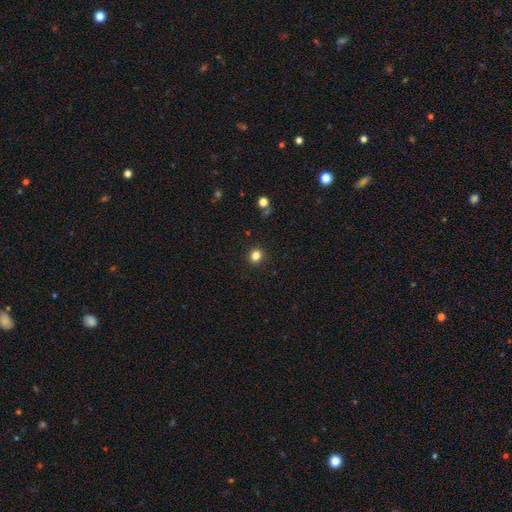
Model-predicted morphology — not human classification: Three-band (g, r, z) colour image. It shows a smooth galaxy with no disk features (82%) that is round (86%). Merging: none (92%).